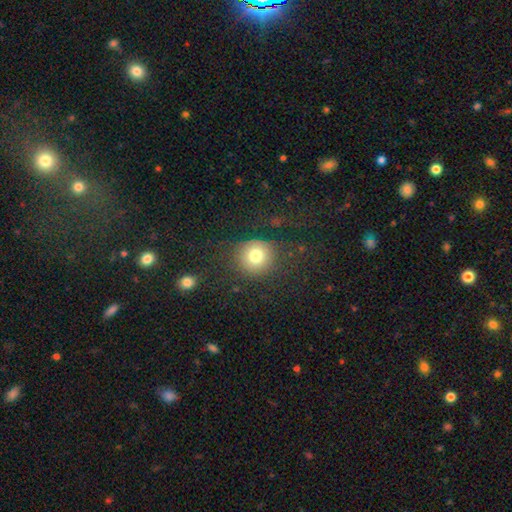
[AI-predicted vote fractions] This appears to be a smooth galaxy with no disk features (78%) that is round (89%). Merging: none (80%).